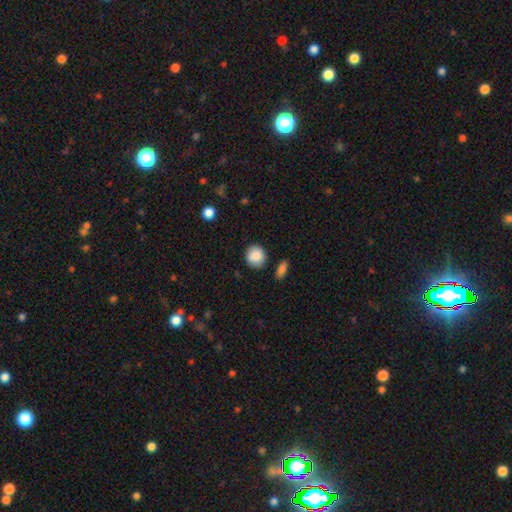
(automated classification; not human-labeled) The model was most divided on "how rounded": round: 85%, in between: 14%, cigar-shaped: 1%. More confident: smooth or featured — smooth (88%); merging — none (84%).